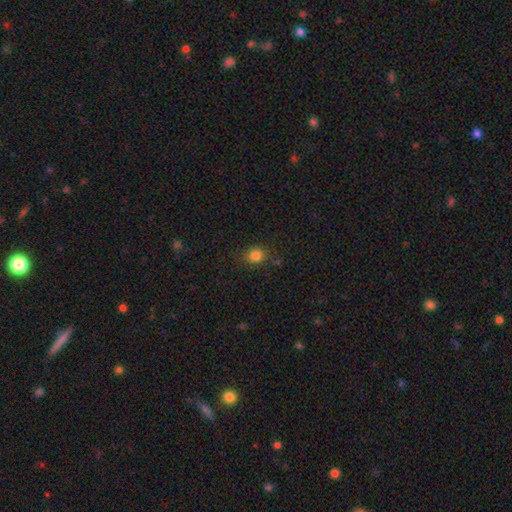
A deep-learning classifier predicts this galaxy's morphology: smooth 81%, star or artifact 13%, featured or disk 6%. Down the decision tree: how rounded — round (71%); merging — none (81%).